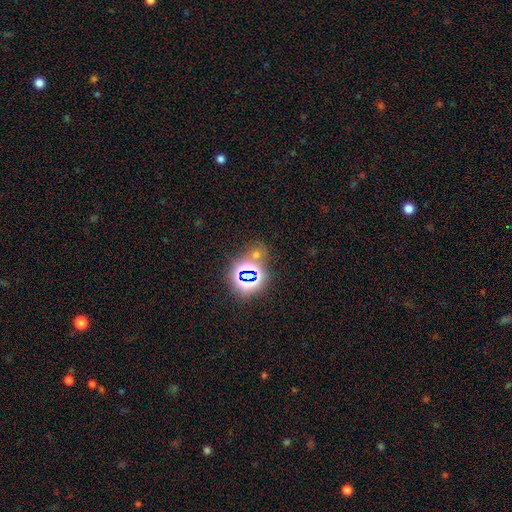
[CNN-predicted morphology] smooth_or_featured: star or artifact (p=0.63) [alt: smooth p=0.28]